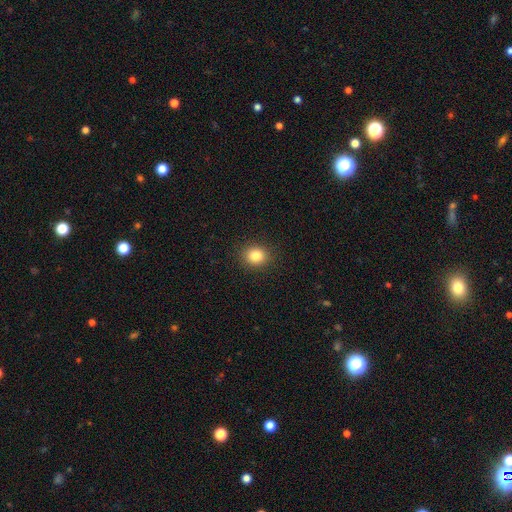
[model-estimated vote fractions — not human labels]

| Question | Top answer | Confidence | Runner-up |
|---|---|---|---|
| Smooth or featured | smooth | 84% | star or artifact (11%) |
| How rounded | round | 74% | in between (25%) |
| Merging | none | 91% | minor disturbance (6%) |